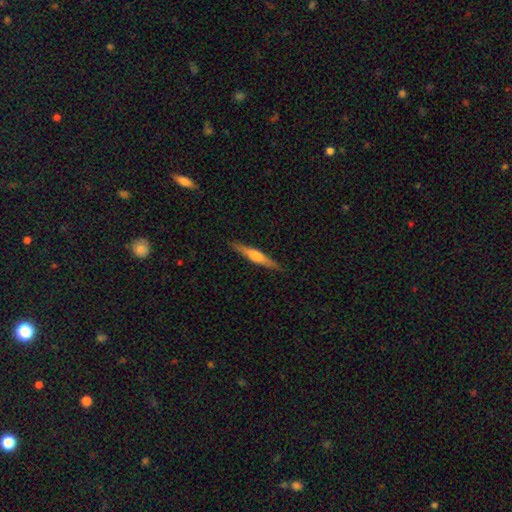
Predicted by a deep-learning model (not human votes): This appears to be a featured or disk galaxy (56%) viewed edge-on (97%) with a rounded central bulge (81%). Merging: none (90%).